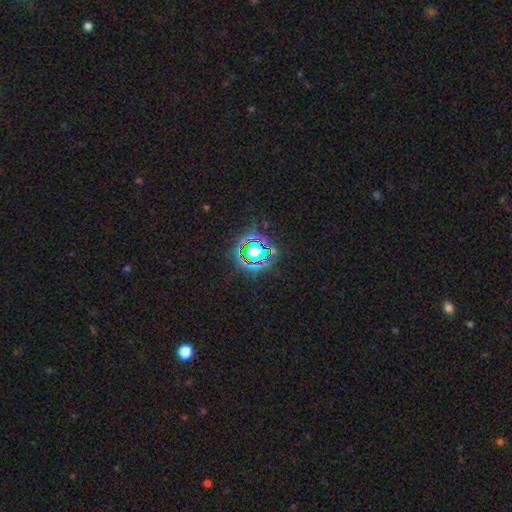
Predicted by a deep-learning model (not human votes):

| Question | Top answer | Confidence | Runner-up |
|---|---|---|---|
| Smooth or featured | star or artifact | 64% | smooth (25%) |